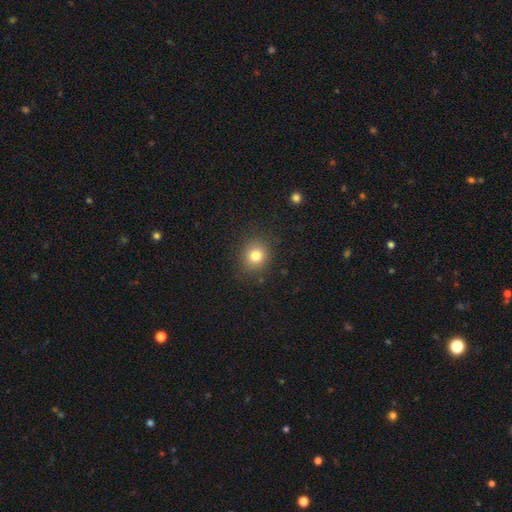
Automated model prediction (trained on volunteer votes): Q: Smooth or featured?
A: smooth (80%); runner-up: star or artifact (13%)
Q: How rounded?
A: round (81%); runner-up: in between (18%)
Q: Merging?
A: none (87%); runner-up: minor disturbance (8%)